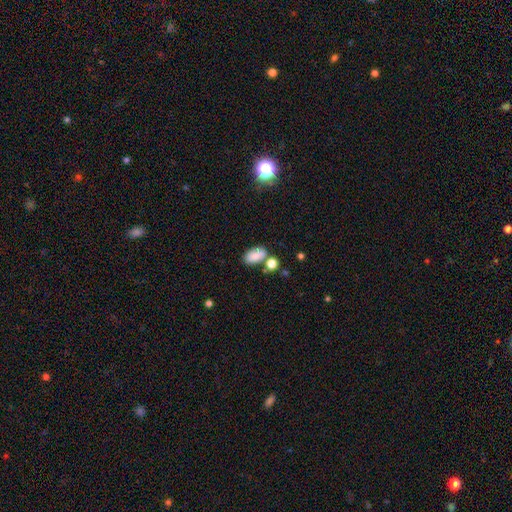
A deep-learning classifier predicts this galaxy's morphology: Overall: smooth (81%). How rounded: in between (91%). Merging: none (59%; merger 20%).